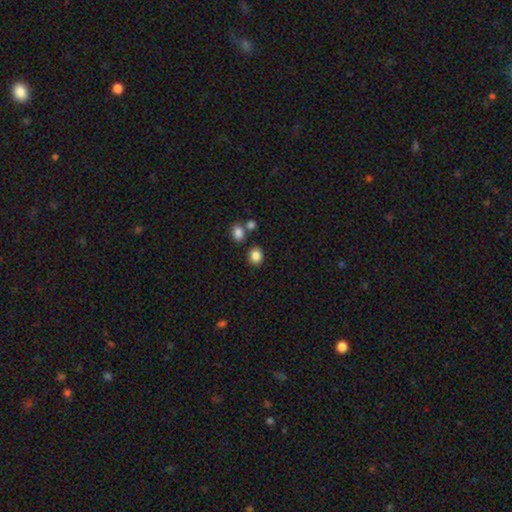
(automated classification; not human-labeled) Smooth or featured?
  - smooth: 86% *
  - star or artifact: 10%
  - featured or disk: 4%
How rounded?
  - round: 74% *
  - in between: 25%
  - cigar-shaped: 1%
Merging?
  - none: 81% *
  - minor disturbance: 9%
  - merger: 8%
  - major disturbance: 3%